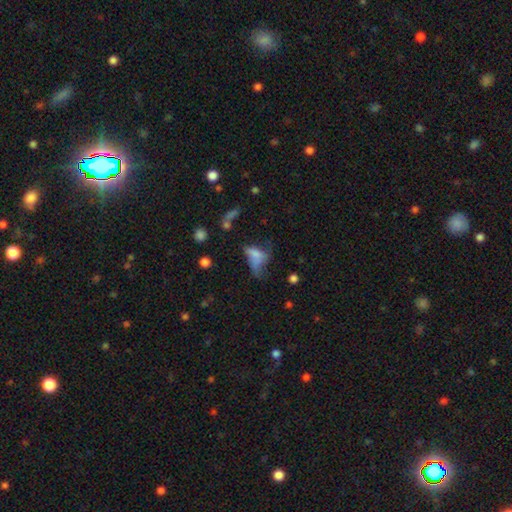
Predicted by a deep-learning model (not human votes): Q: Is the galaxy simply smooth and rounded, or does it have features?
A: smooth — 57%.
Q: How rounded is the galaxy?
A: in between — 81%.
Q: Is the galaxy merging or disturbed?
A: major disturbance — 47%.